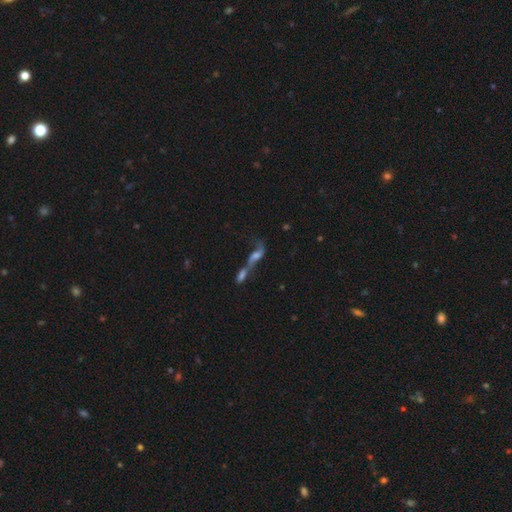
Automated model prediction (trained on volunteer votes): smooth_or_featured: featured or disk (p=0.54) [alt: smooth p=0.34]
disk_edge_on: no (p=0.84) [alt: yes p=0.16]
merging: merger (p=0.73) [alt: none p=0.13]